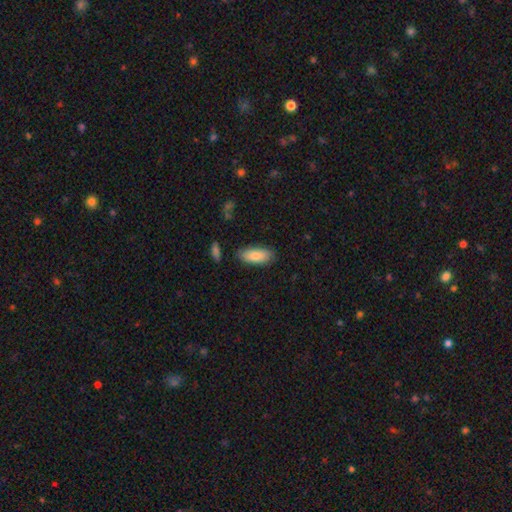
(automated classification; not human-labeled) Smooth or featured?
  - smooth: 83% *
  - featured or disk: 11%
  - star or artifact: 6%
How rounded?
  - in between: 84% *
  - cigar-shaped: 14%
  - round: 2%
Merging?
  - none: 83% *
  - minor disturbance: 13%
  - major disturbance: 3%
  - merger: 2%